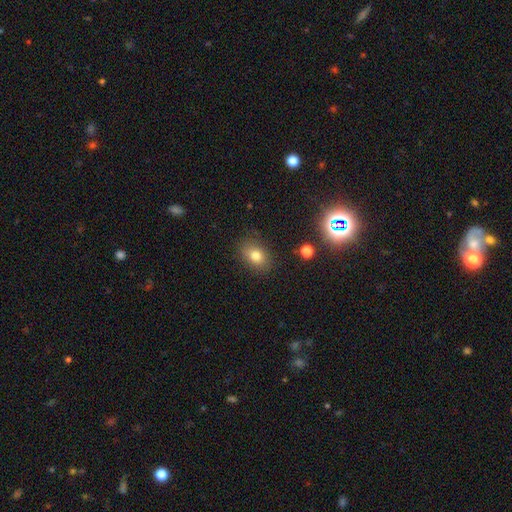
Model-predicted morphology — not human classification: A smooth galaxy with no disk features (78%) that is in between round and cigar-shaped (71%).

Vote fractions:
- Smooth or featured? smooth: 78% / star or artifact: 12% / featured or disk: 10%
- How rounded? in between: 71% / round: 28% / cigar-shaped: 1%
- Merging? none: 84% / minor disturbance: 11% / major disturbance: 3% / merger: 2%